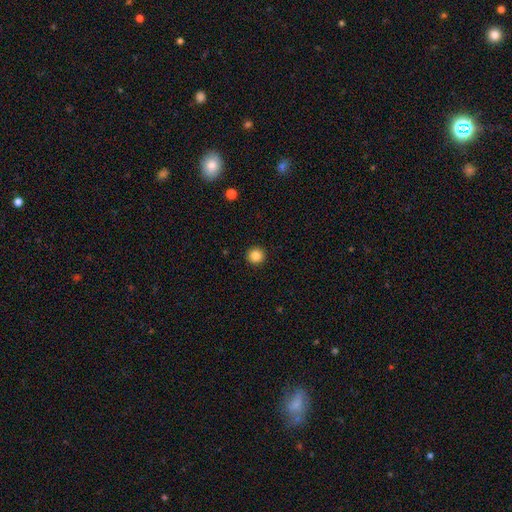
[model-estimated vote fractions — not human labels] A smooth galaxy with no disk features (85%) that is round (95%). Merging: none (93%).